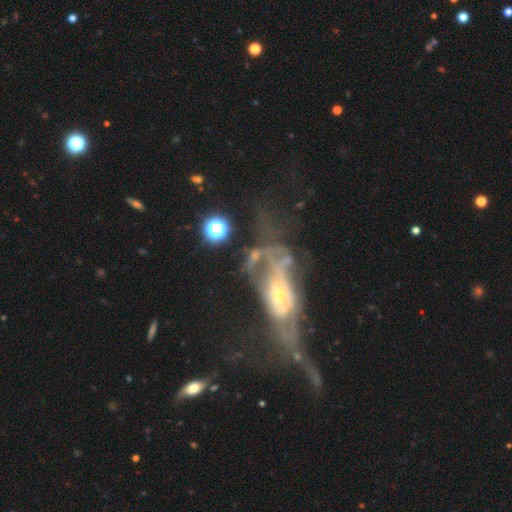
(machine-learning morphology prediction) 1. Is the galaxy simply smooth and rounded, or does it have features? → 62% featured or disk, 22% smooth, 16% star or artifact.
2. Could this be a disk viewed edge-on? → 86% no, 14% yes.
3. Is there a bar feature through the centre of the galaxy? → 69% no, 22% weak, 10% strong.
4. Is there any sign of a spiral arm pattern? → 60% no, 40% yes.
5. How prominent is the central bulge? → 46% moderate, 37% small, 9% large, 6% none, 3% dominant.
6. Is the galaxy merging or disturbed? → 47% major disturbance, 24% merger, 18% none, 11% minor disturbance.